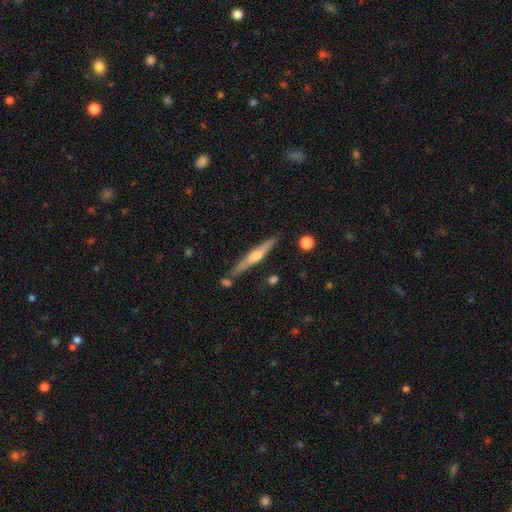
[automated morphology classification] smooth-or-featured: featured or disk: 65% | smooth: 30% | star or artifact: 6%
  disk-edge-on: yes: 97% | no: 3%
    edge-on-bulge: rounded: 84% | none: 11% | boxy: 5%
  merging: none: 82% | minor disturbance: 10% | merger: 5% | major disturbance: 2%